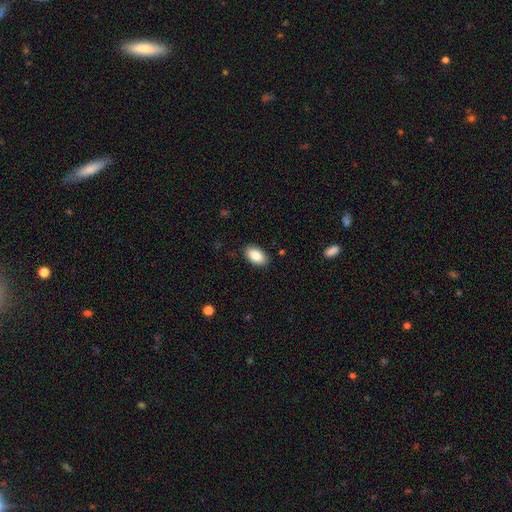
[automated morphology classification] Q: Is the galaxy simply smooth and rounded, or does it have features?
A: smooth — 88%.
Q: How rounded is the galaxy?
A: in between — 94%.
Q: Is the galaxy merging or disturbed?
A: none — 87%.